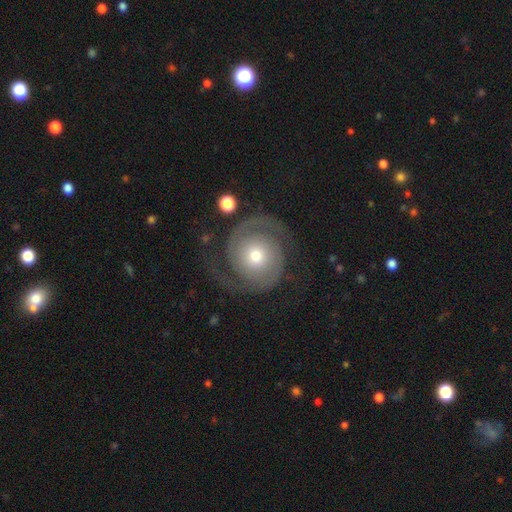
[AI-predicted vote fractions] smooth-or-featured: featured or disk: 88% | smooth: 7% | star or artifact: 5%
  disk-edge-on: no: 98% | yes: 2%
    bar: no: 78% | weak: 17% | strong: 5%
    has-spiral-arms: yes: 97% | no: 3%
      spiral-winding: tight: 49% | medium: 38% | loose: 13%
      spiral-arm-count: 2: 93% | can't tell: 2% | 1: 2% | 3: 1% | 4: 1% | more than 4: 1%
    bulge-size: moderate: 55% | small: 37% | large: 5% | dominant: 2% | none: 1%
  merging: none: 77% | minor disturbance: 12% | major disturbance: 9% | merger: 2%